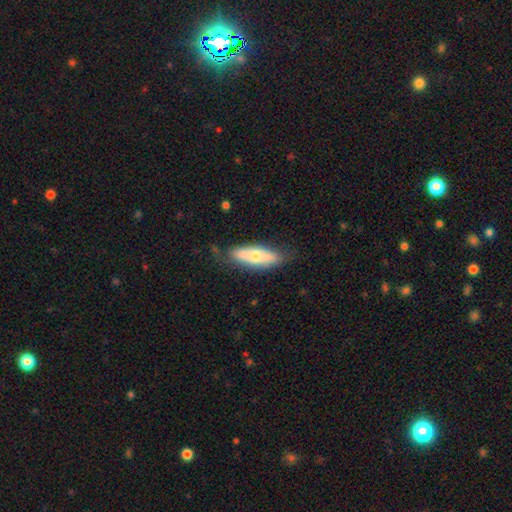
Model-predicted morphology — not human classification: type=smooth (59%); roundness=in between (58%); merging=none (73%).